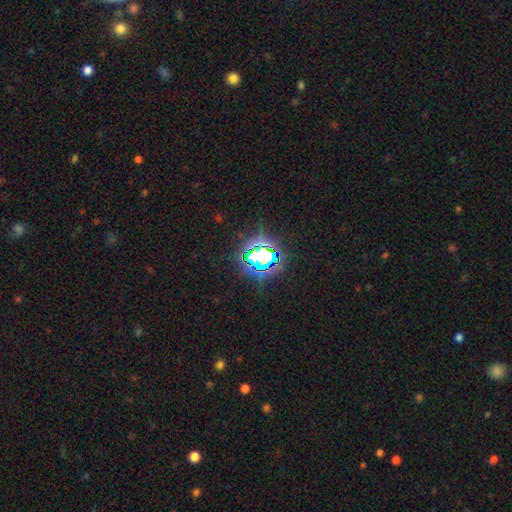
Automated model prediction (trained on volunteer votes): A star or artifact, not a galaxy (69%).